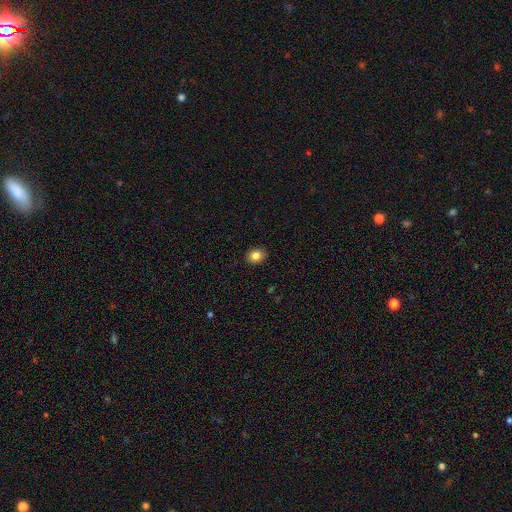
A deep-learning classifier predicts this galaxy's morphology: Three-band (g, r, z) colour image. It shows a smooth galaxy with no disk features (84%) that is round (66%). Merging: none (91%).